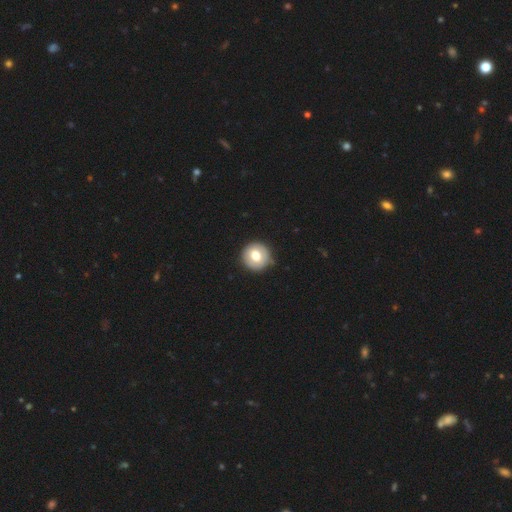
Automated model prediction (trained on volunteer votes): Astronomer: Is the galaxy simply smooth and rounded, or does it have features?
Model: smooth — 66%.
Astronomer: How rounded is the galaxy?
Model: round — 93%.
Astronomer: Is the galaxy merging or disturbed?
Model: none — 88%.